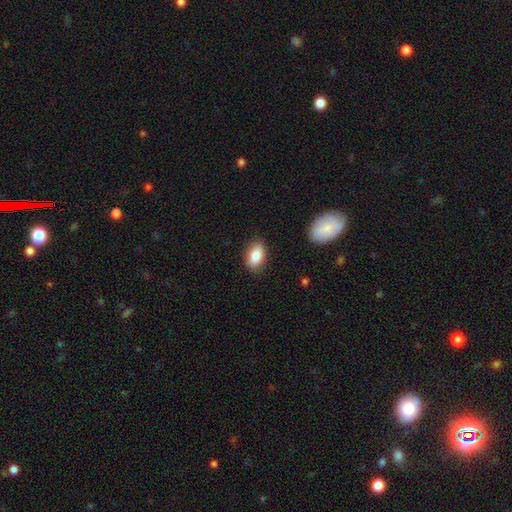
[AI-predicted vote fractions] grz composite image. It shows a smooth galaxy with no disk features (82%) that is in between round and cigar-shaped (88%). Merging: none (86%).